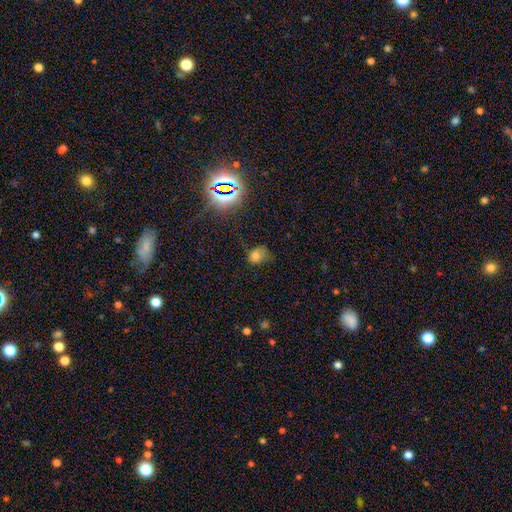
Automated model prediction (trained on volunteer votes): Smooth or featured? Predicted: smooth (p=0.66). How rounded? Predicted: in between (p=0.52). Merging? Predicted: none (p=0.38).